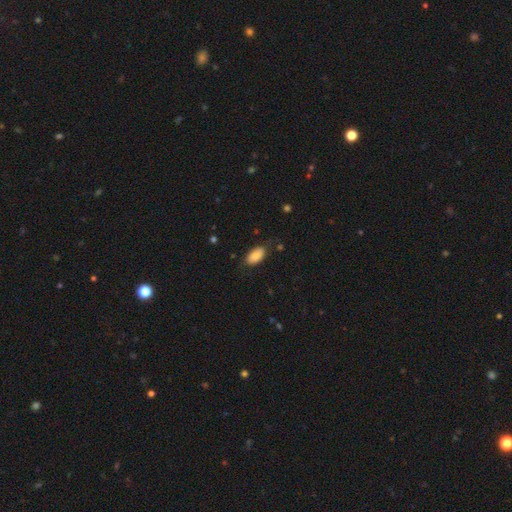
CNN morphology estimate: A smooth galaxy with no disk features (86%) that is in between round and cigar-shaped (94%). Merging: none (77%).